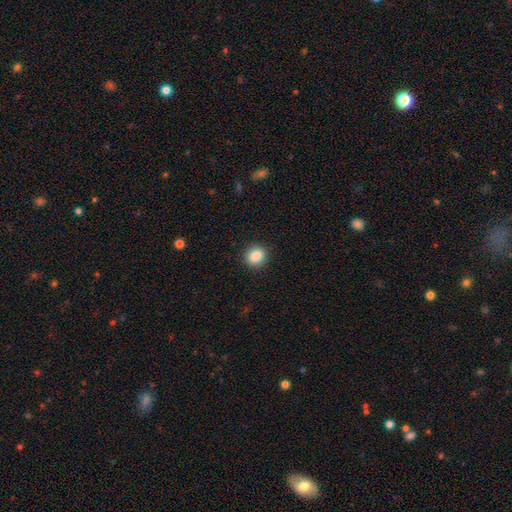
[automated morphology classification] Overall: smooth (87%). How rounded: round (79%). Merging: none (91%).